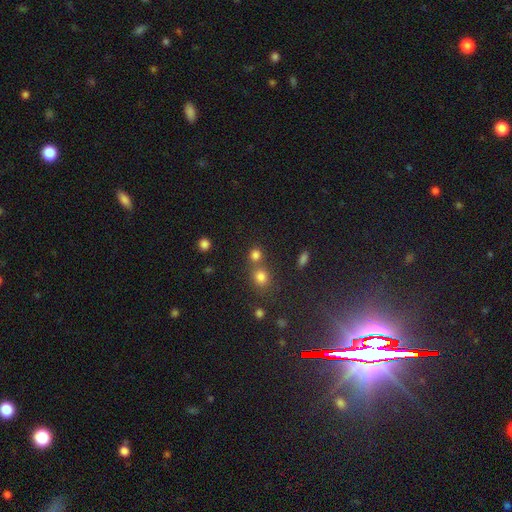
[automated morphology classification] Smooth or featured? Predicted: smooth (p=0.74). How rounded? Predicted: round (p=0.84). Merging? Predicted: none (p=0.59).